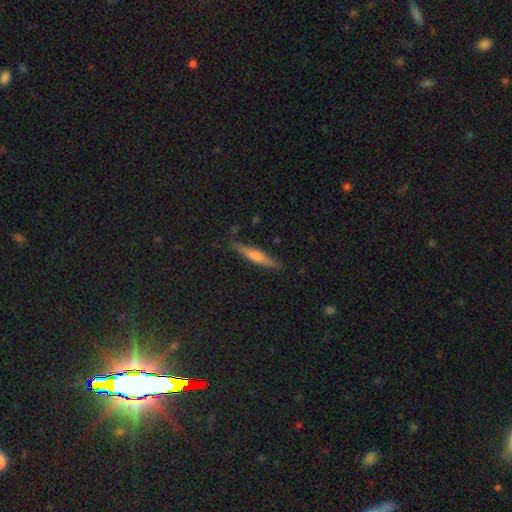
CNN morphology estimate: smooth-or-featured: featured or disk: 62% | smooth: 29% | star or artifact: 9%
  disk-edge-on: yes: 97% | no: 3%
    edge-on-bulge: rounded: 71% | boxy: 15% | none: 14%
  merging: none: 89% | minor disturbance: 8% | major disturbance: 2% | merger: 1%